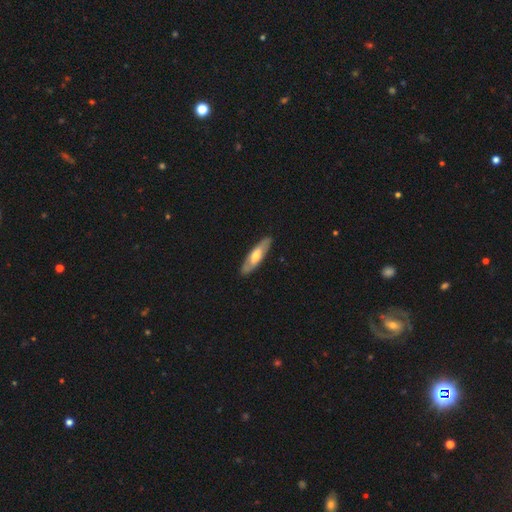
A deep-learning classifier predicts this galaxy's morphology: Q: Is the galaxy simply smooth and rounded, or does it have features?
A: featured or disk — 48%.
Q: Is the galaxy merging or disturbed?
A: none — 87%.